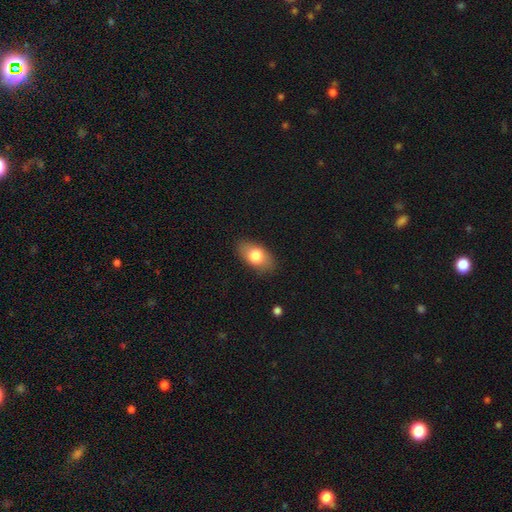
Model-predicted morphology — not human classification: smooth_or_featured: smooth (p=0.77) [alt: featured or disk p=0.17]
how_rounded: in between (p=0.89) [alt: round p=0.08]
merging: none (p=0.84) [alt: minor disturbance p=0.12]